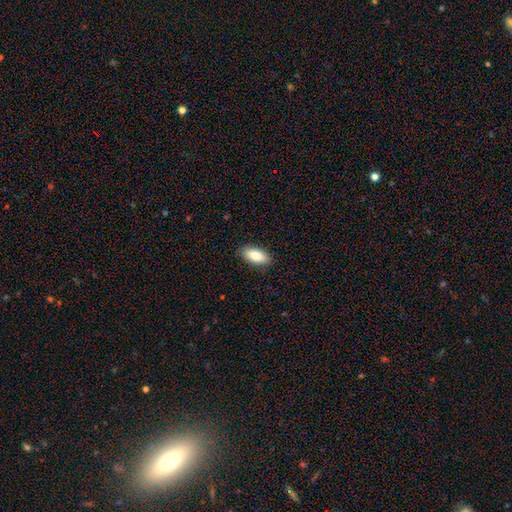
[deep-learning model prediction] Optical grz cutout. It shows a smooth galaxy with no disk features (85%) that is in between round and cigar-shaped (90%). Merging: none (88%).